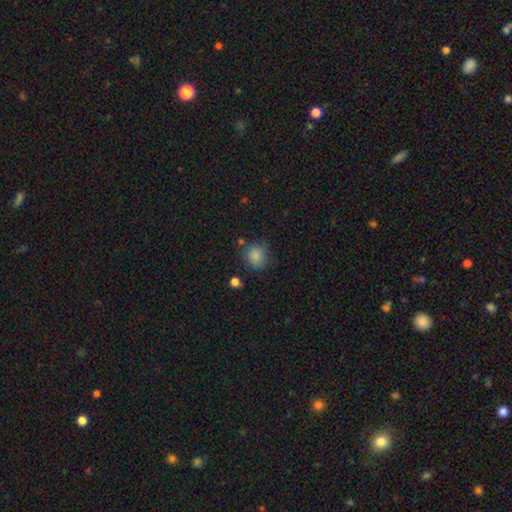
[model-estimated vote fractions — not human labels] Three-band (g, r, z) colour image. It shows a smooth galaxy with no disk features (84%) that is round (77%). Merging: none (75%).